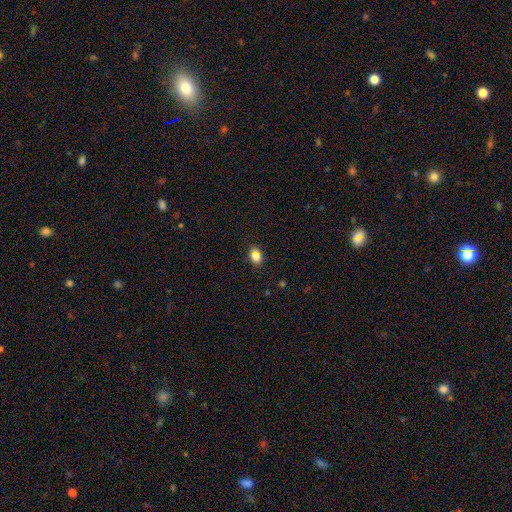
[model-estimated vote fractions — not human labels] Smooth or featured? Predicted: smooth (p=0.79). How rounded? Predicted: in between (p=0.61). Merging? Predicted: none (p=0.81).